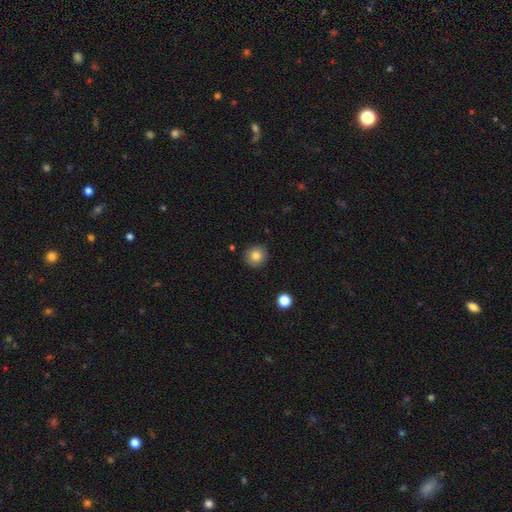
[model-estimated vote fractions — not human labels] The model was most divided on "smooth or featured": smooth: 83%, star or artifact: 10%, featured or disk: 7%. More confident: how rounded — round (91%); merging — none (90%).